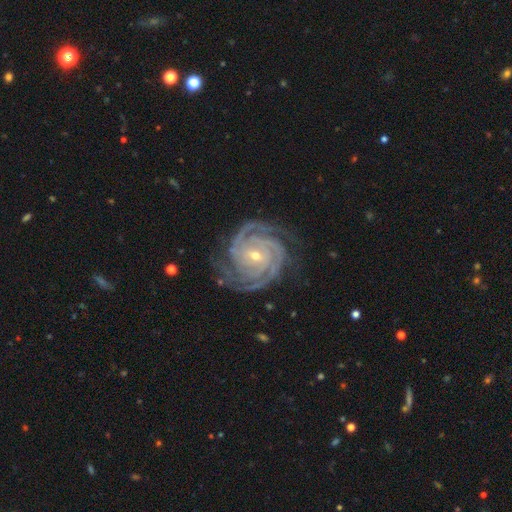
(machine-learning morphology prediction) A featured or disk galaxy (93%) with no bar (54%), 3 (32%) tight (82%) spiral arms (99%) and a small central bulge (64%). Merging: none (79%).